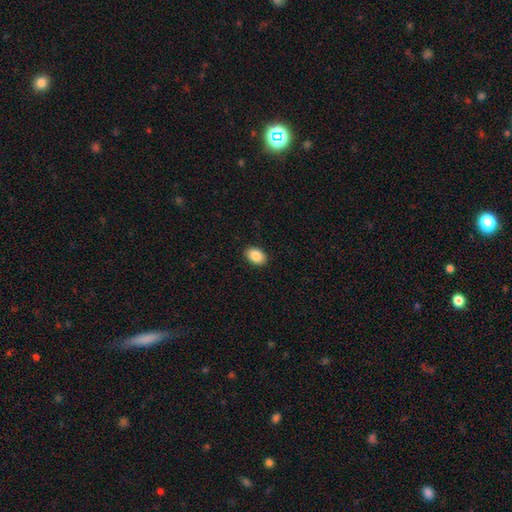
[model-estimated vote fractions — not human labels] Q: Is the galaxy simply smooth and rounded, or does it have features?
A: smooth — 88%.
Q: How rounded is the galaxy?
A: in between — 80%.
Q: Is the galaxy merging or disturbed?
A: none — 91%.